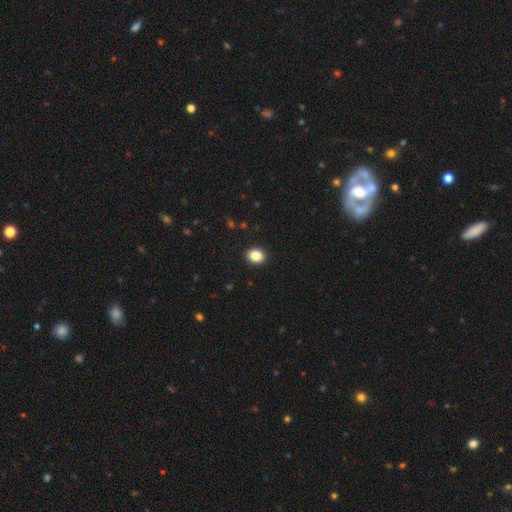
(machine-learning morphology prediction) Smooth or featured? Predicted: smooth (p=0.86). How rounded? Predicted: round (p=0.58). Merging? Predicted: none (p=0.92).